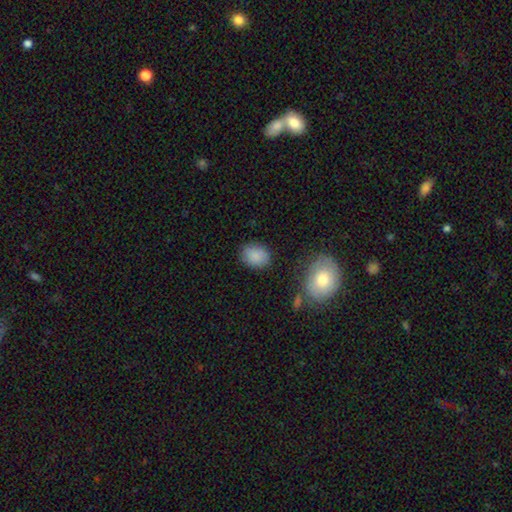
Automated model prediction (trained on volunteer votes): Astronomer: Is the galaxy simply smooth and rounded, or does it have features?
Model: smooth — 87%.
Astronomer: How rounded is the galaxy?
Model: in between — 57% (runner-up: round, 42%).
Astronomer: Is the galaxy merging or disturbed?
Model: none — 82%.